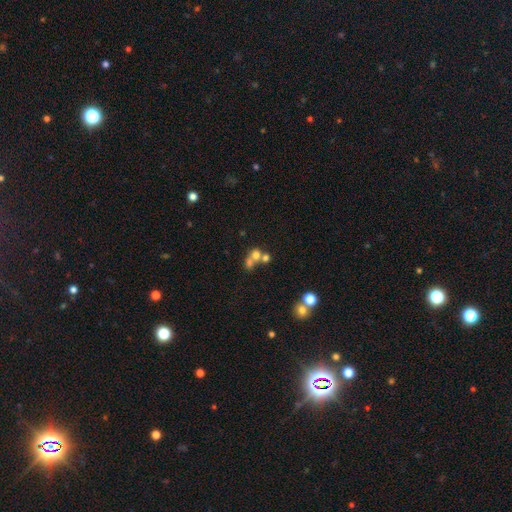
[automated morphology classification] Smooth or featured? smooth (63%)
How rounded? round (76%)
Merging? merger (57%)